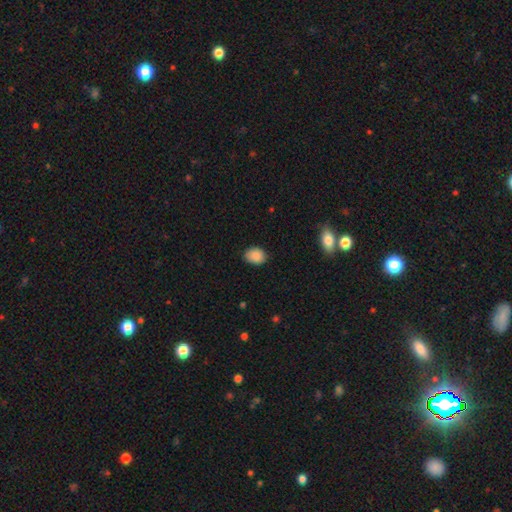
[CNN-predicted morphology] This appears to be a smooth galaxy with no disk features (89%) that is in between round and cigar-shaped (62%). Merging: none (83%).